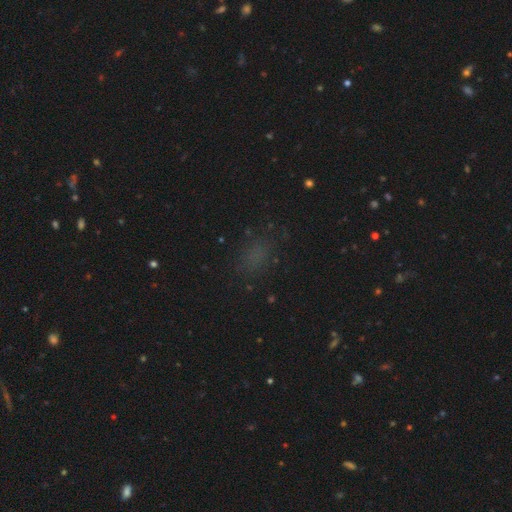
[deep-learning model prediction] Q: Smooth or featured?
A: smooth (63%); runner-up: star or artifact (29%)
Q: How rounded?
A: in between (64%); runner-up: round (32%)
Q: Merging?
A: none (75%); runner-up: minor disturbance (15%)